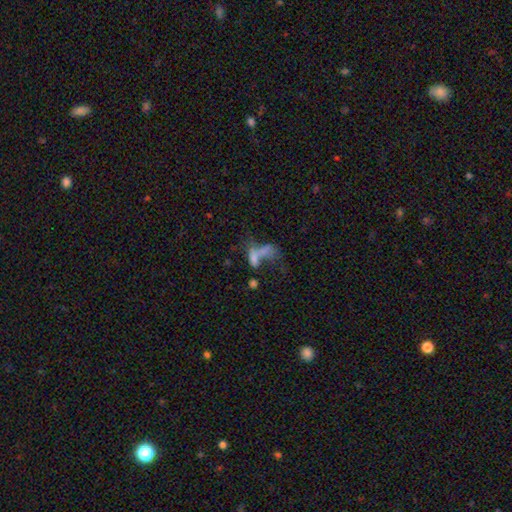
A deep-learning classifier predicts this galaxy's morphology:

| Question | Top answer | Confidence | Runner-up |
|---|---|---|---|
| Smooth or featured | smooth | 56% | featured or disk (28%) |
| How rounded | in between | 72% | cigar-shaped (18%) |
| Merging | merger | 55% | major disturbance (21%) |